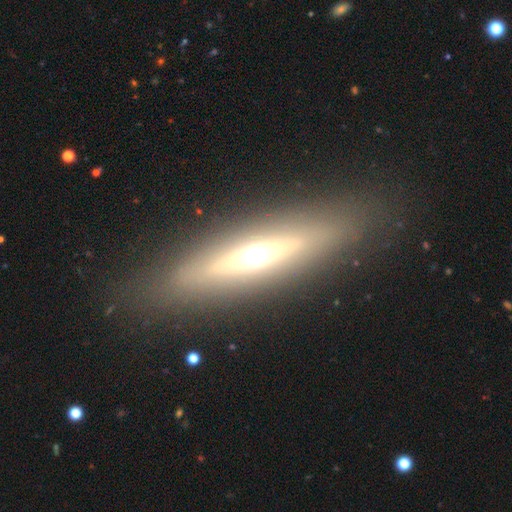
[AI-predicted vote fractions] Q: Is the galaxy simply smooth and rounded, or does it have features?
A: featured or disk — 54%.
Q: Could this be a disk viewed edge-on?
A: yes — 81%.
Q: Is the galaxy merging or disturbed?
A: none — 83%.